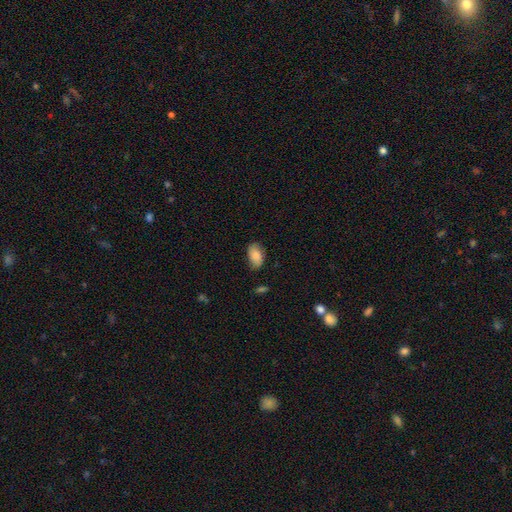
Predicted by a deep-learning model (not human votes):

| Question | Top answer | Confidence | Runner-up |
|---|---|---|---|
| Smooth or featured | smooth | 80% | featured or disk (13%) |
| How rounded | in between | 92% | round (6%) |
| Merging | none | 74% | minor disturbance (20%) |